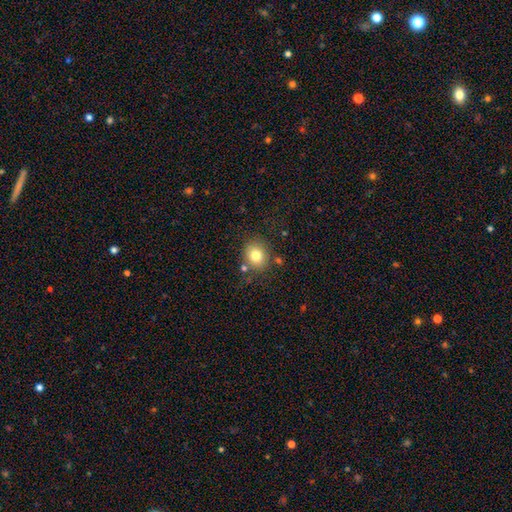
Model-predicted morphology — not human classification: Overall: smooth (78%). How rounded: round (75%). Merging: none (78%).